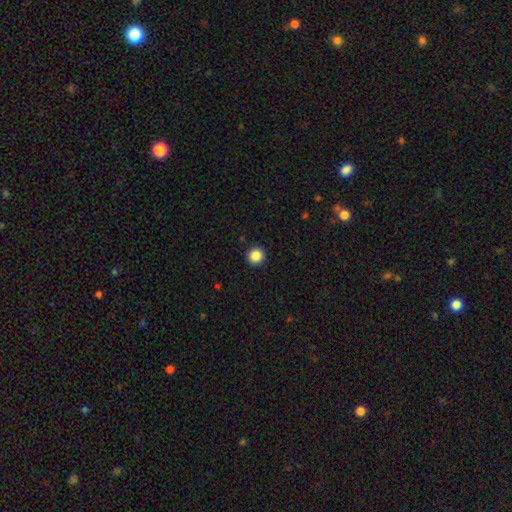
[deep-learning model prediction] The model was most divided on "smooth or featured": smooth: 87%, star or artifact: 10%, featured or disk: 3%. More confident: how rounded — round (95%); merging — none (93%).